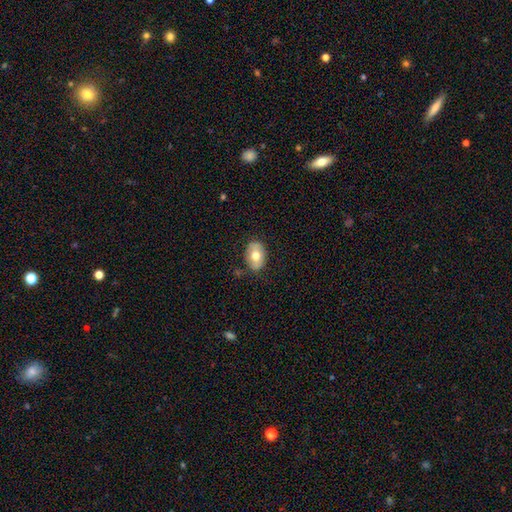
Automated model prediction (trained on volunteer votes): Smooth or featured? Predicted: smooth (p=0.66). How rounded? Predicted: in between (p=0.82). Merging? Predicted: none (p=0.79).